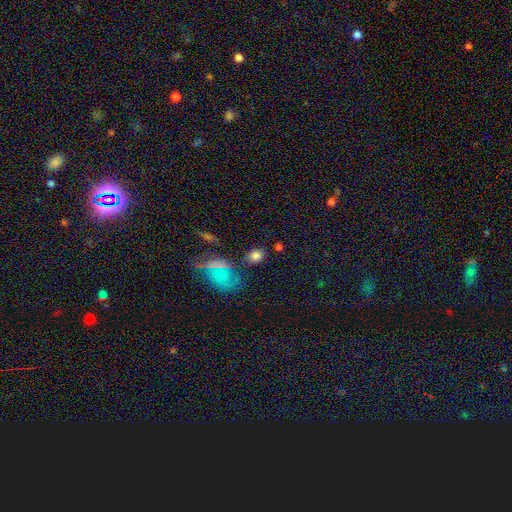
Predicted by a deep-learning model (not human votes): The model was most divided on "how rounded": round: 54%, in between: 44%, cigar-shaped: 2%. More confident: smooth or featured — smooth (81%); merging — none (73%).